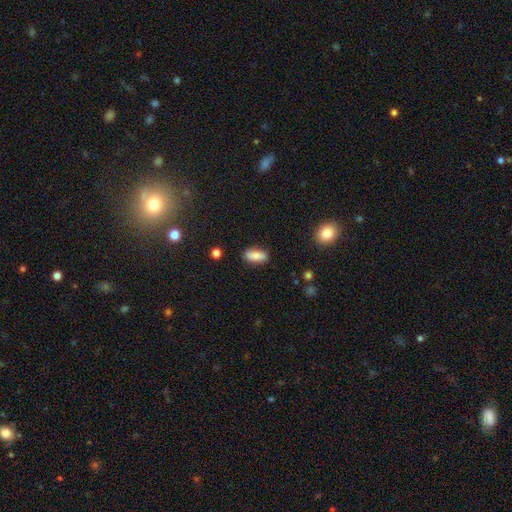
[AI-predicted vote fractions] smooth-or-featured: smooth: 82% | featured or disk: 11% | star or artifact: 7%
  how-rounded: in between: 74% | cigar-shaped: 23% | round: 3%
  merging: none: 85% | minor disturbance: 11% | major disturbance: 3% | merger: 2%